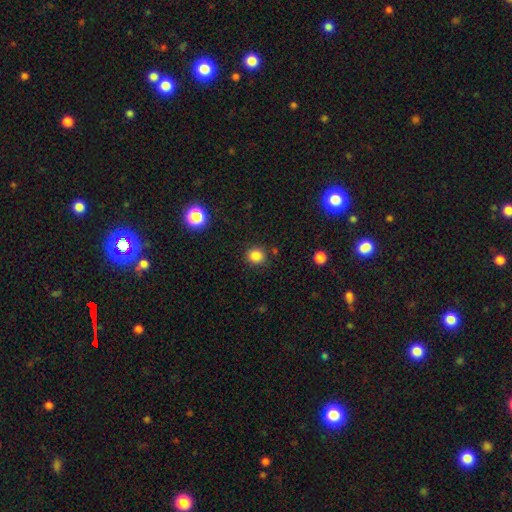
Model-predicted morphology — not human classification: Smooth or featured?
  - smooth: 84% *
  - star or artifact: 12%
  - featured or disk: 4%
How rounded?
  - round: 83% *
  - in between: 16%
  - cigar-shaped: 1%
Merging?
  - none: 86% *
  - minor disturbance: 9%
  - major disturbance: 3%
  - merger: 3%